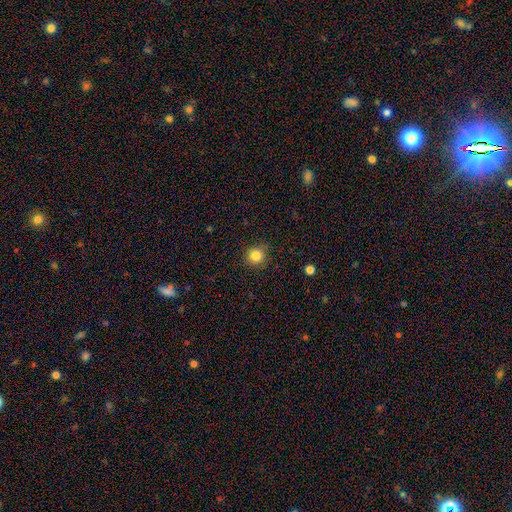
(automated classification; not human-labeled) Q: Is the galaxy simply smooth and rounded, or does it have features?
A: smooth — 84%.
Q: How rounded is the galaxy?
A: round — 92%.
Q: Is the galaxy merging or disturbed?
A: none — 89%.